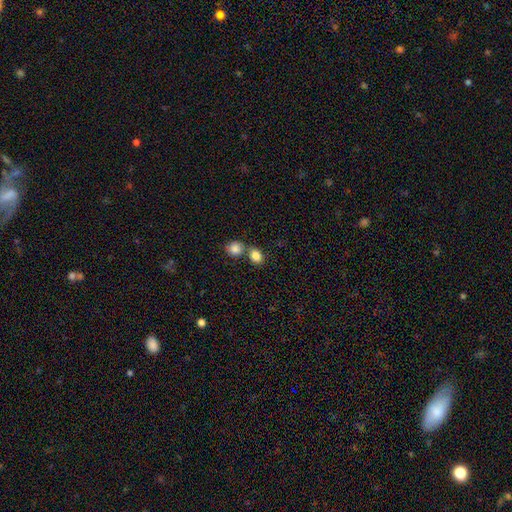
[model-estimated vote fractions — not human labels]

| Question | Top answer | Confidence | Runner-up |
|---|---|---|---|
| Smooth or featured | smooth | 85% | star or artifact (9%) |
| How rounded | round | 51% | in between (48%) |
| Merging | none | 48% | merger (41%) |